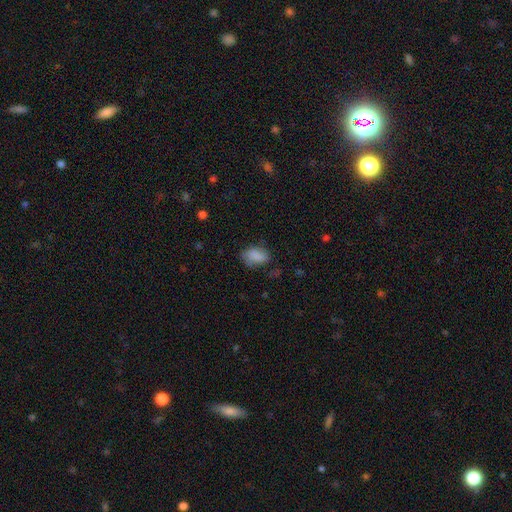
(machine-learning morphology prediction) The model was most divided on "merging": none: 60%, minor disturbance: 27%, major disturbance: 11%, merger: 2%. More confident: how rounded — in between (86%); smooth or featured — smooth (81%).